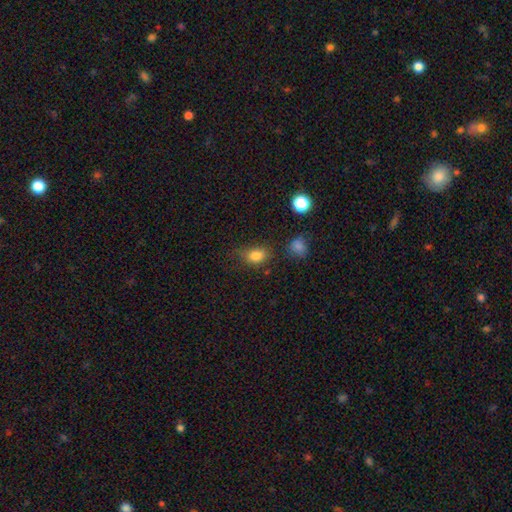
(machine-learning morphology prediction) Smooth or featured? smooth (80%)
How rounded? in between (67%)
Merging? none (63%)